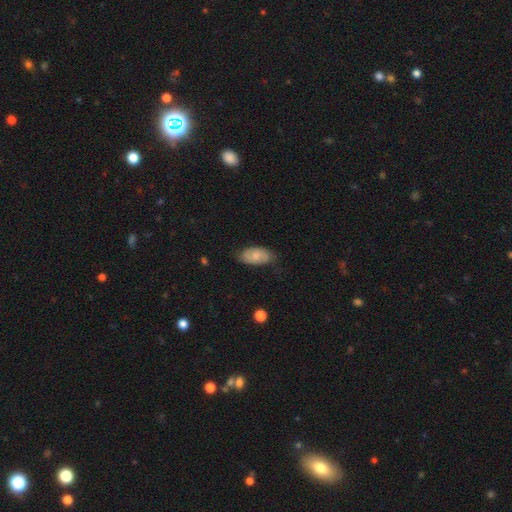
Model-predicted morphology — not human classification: type=smooth (67%); roundness=in between (94%); merging=none (70%).